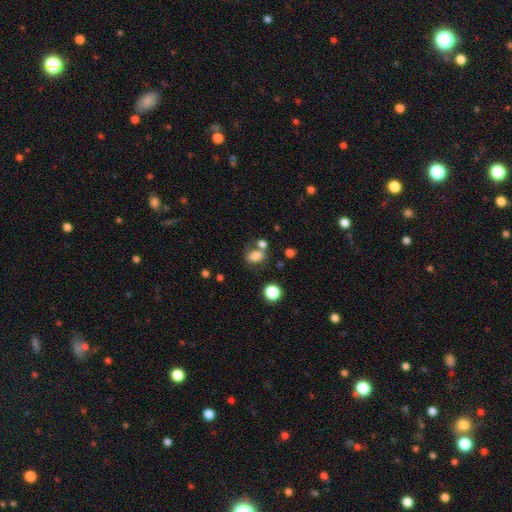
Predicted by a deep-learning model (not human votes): smooth_or_featured: smooth (p=0.80) [alt: star or artifact p=0.12]
how_rounded: in between (p=0.73) [alt: round p=0.25]
merging: none (p=0.55) [alt: merger p=0.24]